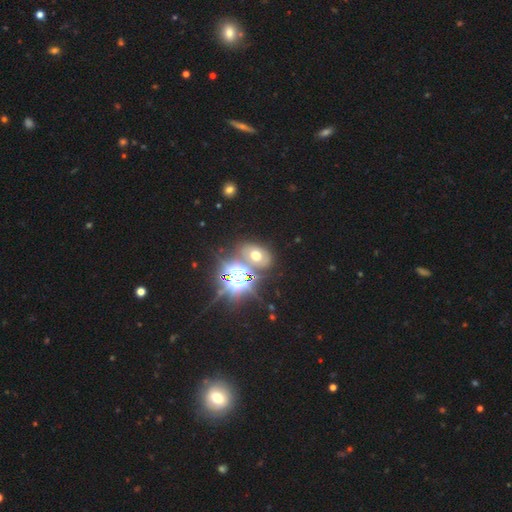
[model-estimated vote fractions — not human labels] Morphology: type=star or artifact (41%, tied with smooth).